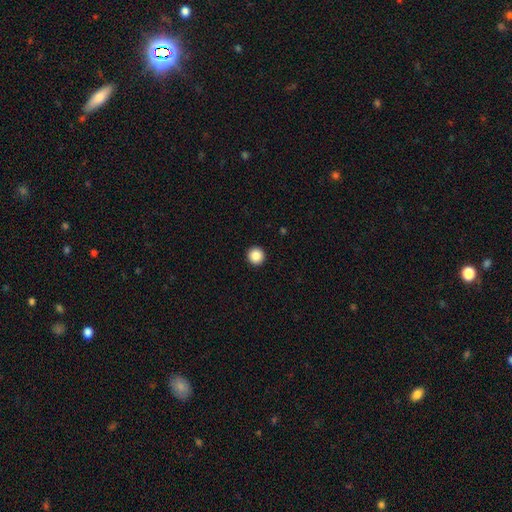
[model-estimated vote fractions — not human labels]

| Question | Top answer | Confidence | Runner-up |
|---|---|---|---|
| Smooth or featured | smooth | 87% | star or artifact (9%) |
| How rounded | round | 96% | in between (3%) |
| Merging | none | 94% | minor disturbance (4%) |